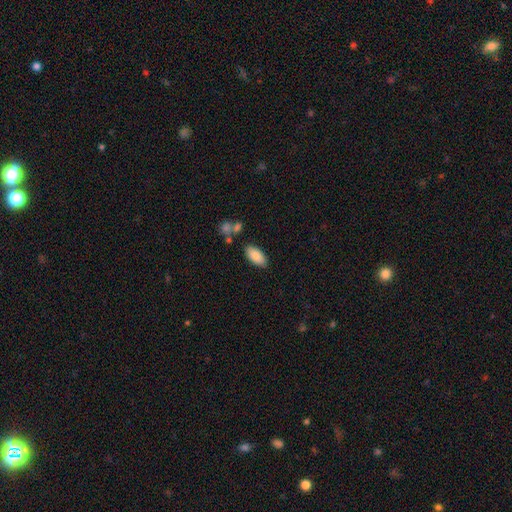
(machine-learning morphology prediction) Smooth or featured: smooth — 86% (featured or disk — 7%)
How rounded: in between — 91% (cigar-shaped — 7%)
Merging: none — 82% (minor disturbance — 11%)